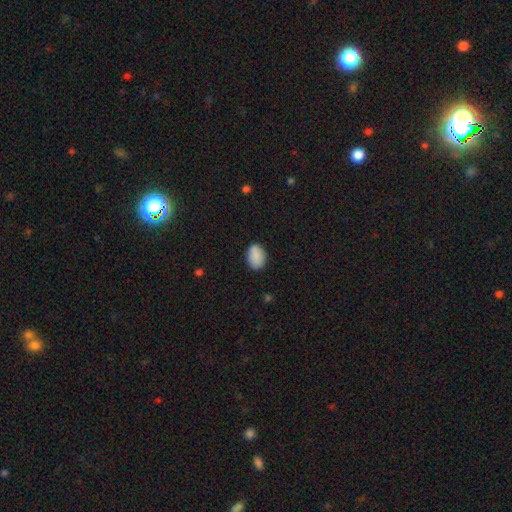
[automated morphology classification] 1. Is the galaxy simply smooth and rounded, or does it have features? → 89% smooth, 7% star or artifact, 4% featured or disk.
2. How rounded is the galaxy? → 84% in between, 15% round, 1% cigar-shaped.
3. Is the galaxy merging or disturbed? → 85% none, 12% minor disturbance, 2% major disturbance, 1% merger.